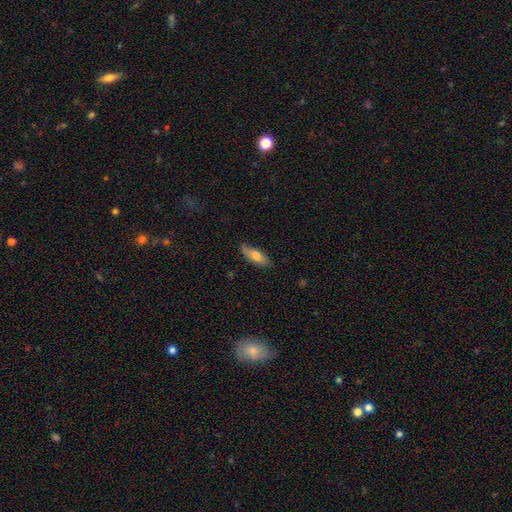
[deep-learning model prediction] Smooth or featured? Predicted: smooth (p=0.73). How rounded? Predicted: in between (p=0.67). Merging? Predicted: none (p=0.75).